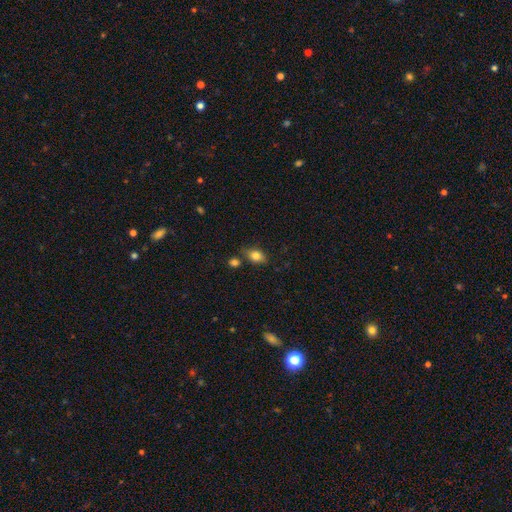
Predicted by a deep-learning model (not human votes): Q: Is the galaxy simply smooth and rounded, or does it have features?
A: smooth — 81%.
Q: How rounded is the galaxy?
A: in between — 78%.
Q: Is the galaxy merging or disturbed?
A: none — 69%.